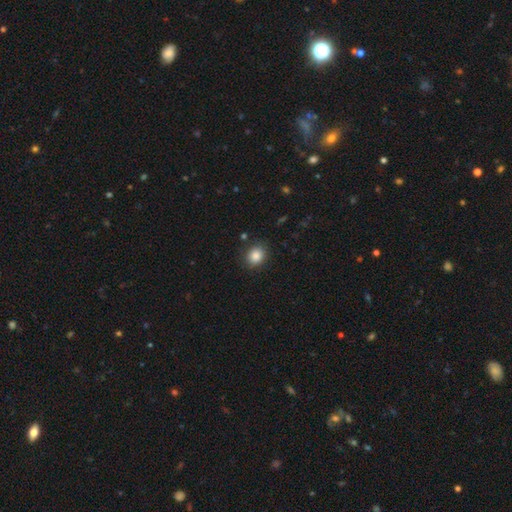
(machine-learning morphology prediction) smooth 86%, star or artifact 10%, featured or disk 5%. Down the decision tree: how rounded — round (63%); merging — none (85%).